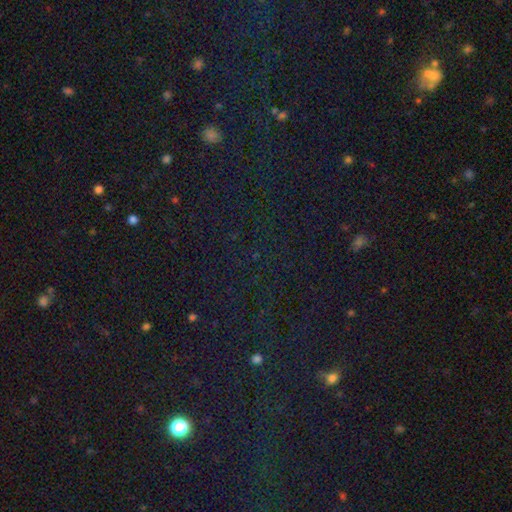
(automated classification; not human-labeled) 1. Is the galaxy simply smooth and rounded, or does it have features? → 78% star or artifact, 14% smooth, 8% featured or disk.